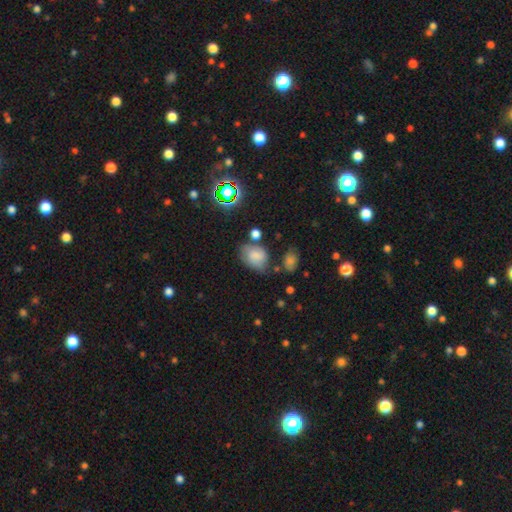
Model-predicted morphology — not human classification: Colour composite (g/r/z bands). It shows a smooth galaxy with no disk features (66%) that is in between round and cigar-shaped (65%). Merging: none (49%).